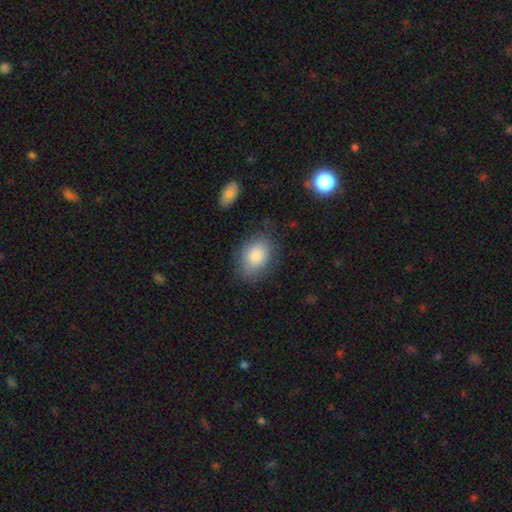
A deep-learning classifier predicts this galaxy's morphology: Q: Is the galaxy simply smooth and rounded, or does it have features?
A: smooth — 85%.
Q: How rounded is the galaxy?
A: in between — 81%.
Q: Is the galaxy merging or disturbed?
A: none — 78%.